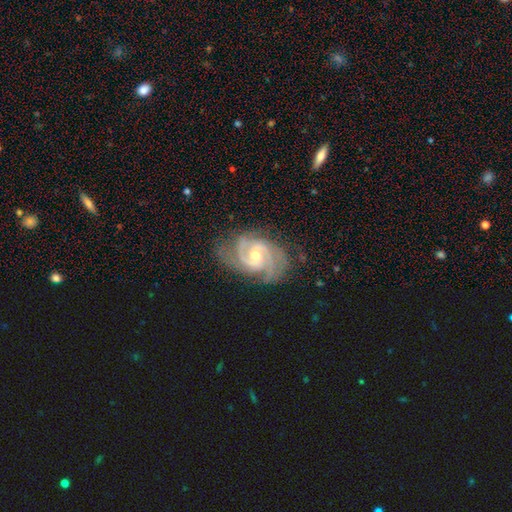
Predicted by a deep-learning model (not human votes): This appears to be a featured or disk galaxy (92%) with a weak bar (44%), 2 (46%) tight (51%) spiral arms (98%) and a moderate central bulge (56%). Merging: none (74%).